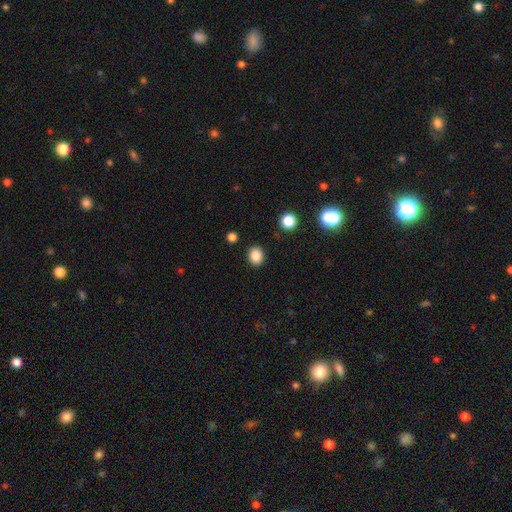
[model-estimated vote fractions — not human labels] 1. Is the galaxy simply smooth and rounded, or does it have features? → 85% smooth, 10% star or artifact, 4% featured or disk.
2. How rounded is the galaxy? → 65% round, 35% in between, 1% cigar-shaped.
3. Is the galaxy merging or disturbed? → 89% none, 7% minor disturbance, 2% major disturbance, 2% merger.